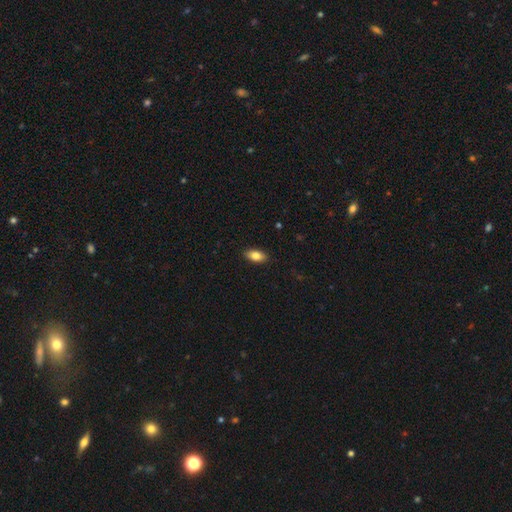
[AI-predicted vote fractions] A smooth galaxy with no disk features (82%) that is in between round and cigar-shaped (90%).

Vote fractions:
- Smooth or featured? smooth: 82% / featured or disk: 10% / star or artifact: 7%
- How rounded? in between: 90% / cigar-shaped: 6% / round: 5%
- Merging? none: 89% / minor disturbance: 8% / major disturbance: 2% / merger: 1%